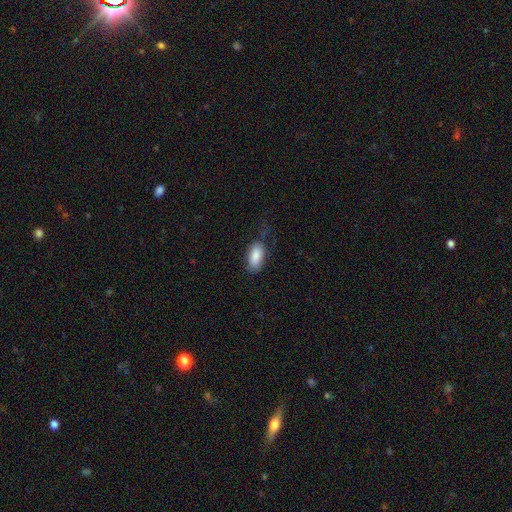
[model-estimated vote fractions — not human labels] smooth-or-featured: smooth: 86% | featured or disk: 8% | star or artifact: 6%
  how-rounded: in between: 92% | cigar-shaped: 6% | round: 3%
  merging: none: 61% | minor disturbance: 26% | major disturbance: 12% | merger: 2%